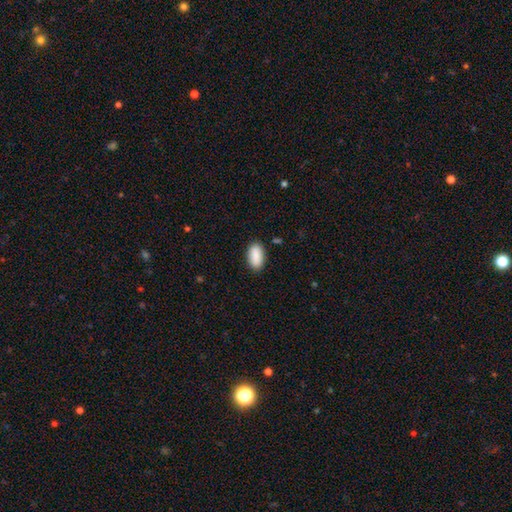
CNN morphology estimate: Overall: smooth (89%). How rounded: in between (93%). Merging: none (87%).